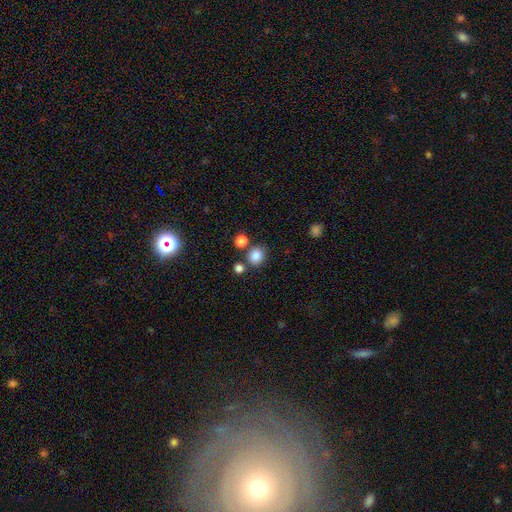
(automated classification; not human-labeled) This is clearly a smooth galaxy (84%). How rounded: likely round (78%). Merging: likely none (74%).